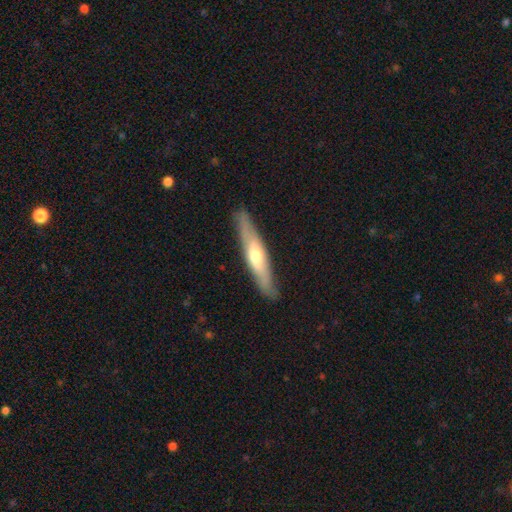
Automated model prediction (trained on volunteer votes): The model was most divided on "smooth or featured": featured or disk: 54%, smooth: 40%, star or artifact: 5%. More confident: merging — none (86%); edge-on disk — yes (77%).